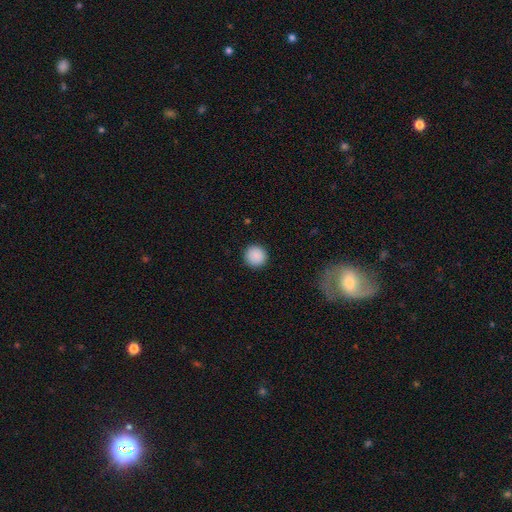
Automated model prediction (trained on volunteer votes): The model was most divided on "smooth or featured": smooth: 90%, star or artifact: 8%, featured or disk: 2%. More confident: how rounded — round (94%); merging — none (92%).